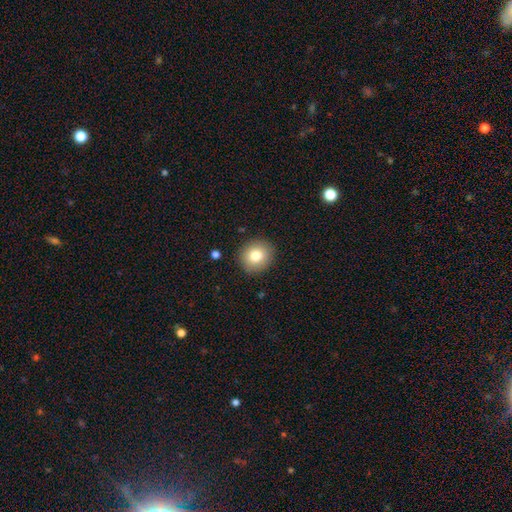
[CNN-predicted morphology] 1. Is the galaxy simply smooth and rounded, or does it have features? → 81% smooth, 10% featured or disk, 9% star or artifact.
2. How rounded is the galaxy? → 82% round, 17% in between, 1% cigar-shaped.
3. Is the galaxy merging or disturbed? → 89% none, 7% minor disturbance, 2% major disturbance, 1% merger.